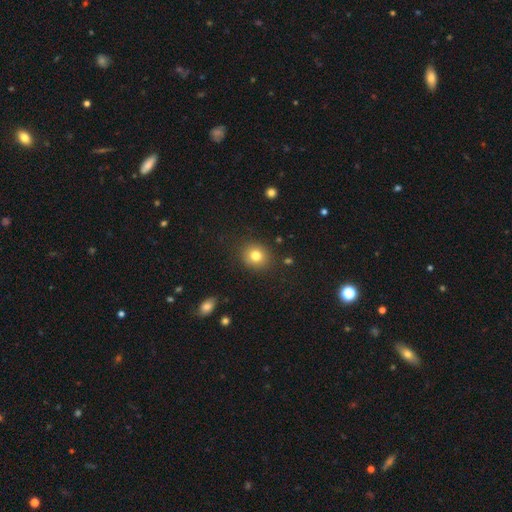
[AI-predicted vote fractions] A smooth galaxy with no disk features (81%) that is round (81%).

Vote fractions:
- Smooth or featured? smooth: 81% / star or artifact: 11% / featured or disk: 8%
- How rounded? round: 81% / in between: 18% / cigar-shaped: 1%
- Merging? none: 87% / minor disturbance: 8% / major disturbance: 3% / merger: 2%